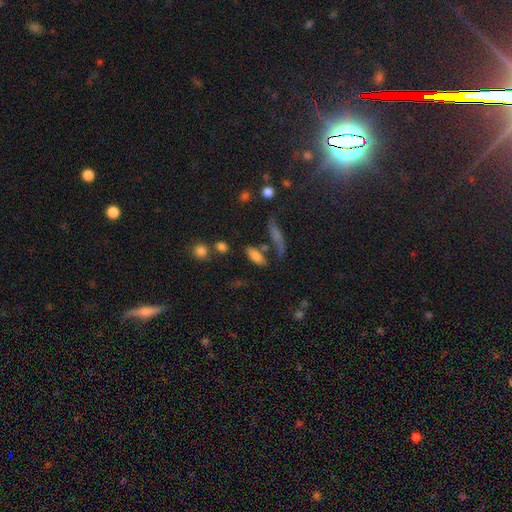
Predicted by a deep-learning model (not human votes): Overall: smooth (76%). How rounded: in between (73%). Merging: none (63%).